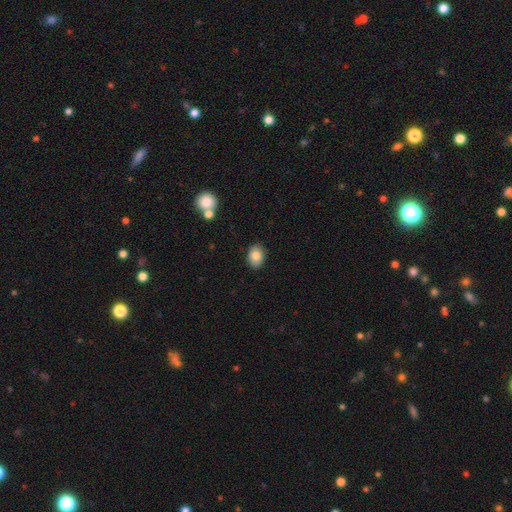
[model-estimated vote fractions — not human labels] smooth 80%, featured or disk 12%, star or artifact 8%. Down the decision tree: how rounded — in between (75%); merging — none (88%).